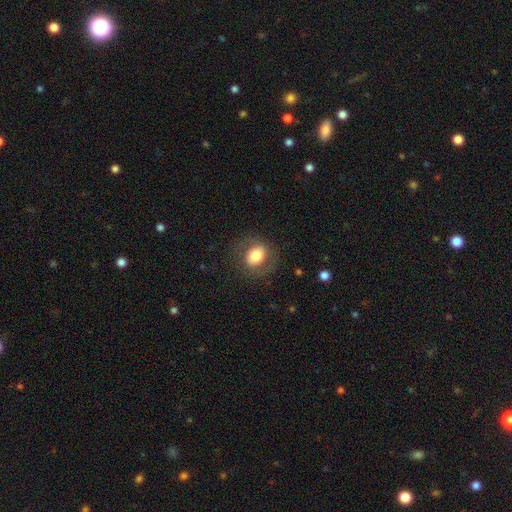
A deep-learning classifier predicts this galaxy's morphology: A smooth galaxy with no disk features (70%) that is round (53%).

Vote fractions:
- Smooth or featured? smooth: 70% / featured or disk: 22% / star or artifact: 8%
- How rounded? round: 53% / in between: 46% / cigar-shaped: 1%
- Merging? none: 76% / minor disturbance: 14% / major disturbance: 9% / merger: 1%